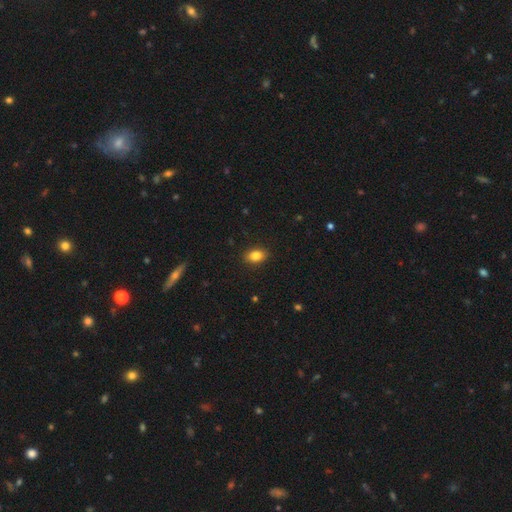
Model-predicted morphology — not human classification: type=smooth (84%); roundness=in between (82%); merging=none (89%).